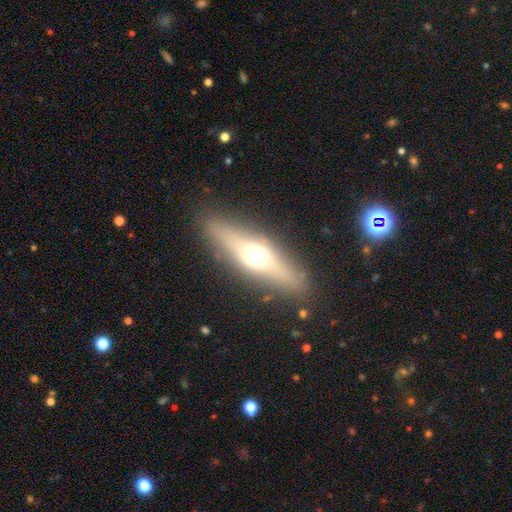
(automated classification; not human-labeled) Q: Smooth or featured?
A: featured or disk (48%); runner-up: smooth (44%)
Q: Merging?
A: none (87%); runner-up: minor disturbance (9%)